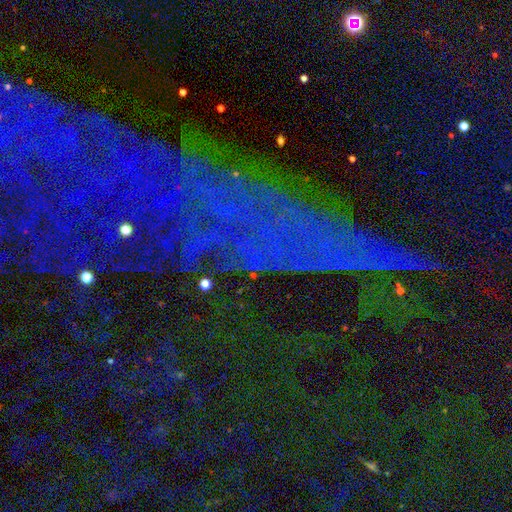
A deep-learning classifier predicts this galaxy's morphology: Smooth or featured: star or artifact — 84% (featured or disk — 8%)